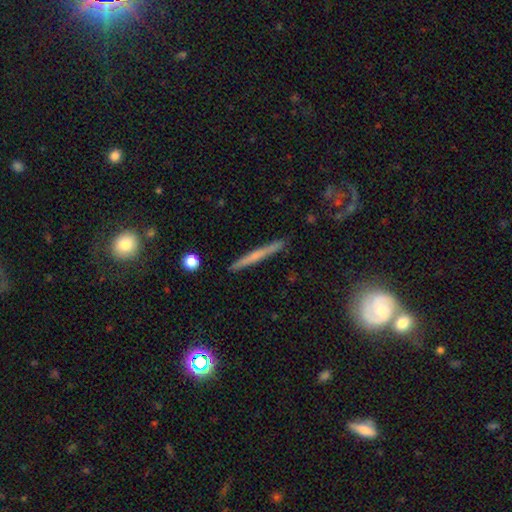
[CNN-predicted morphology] type=featured or disk (48%); merging=none (90%).